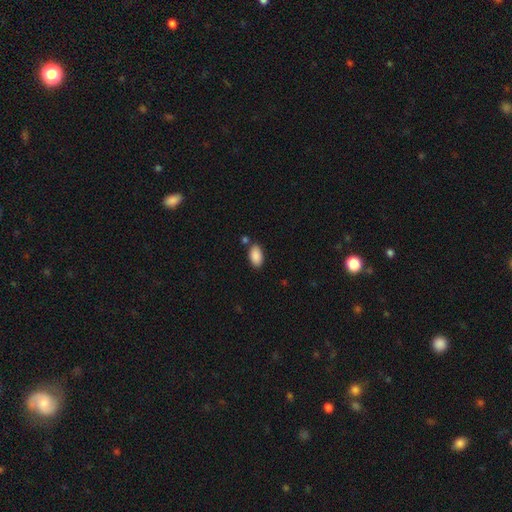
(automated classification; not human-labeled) The model was most divided on "merging": none: 78%, minor disturbance: 12%, merger: 7%, major disturbance: 3%. More confident: how rounded — in between (94%); smooth or featured — smooth (90%).